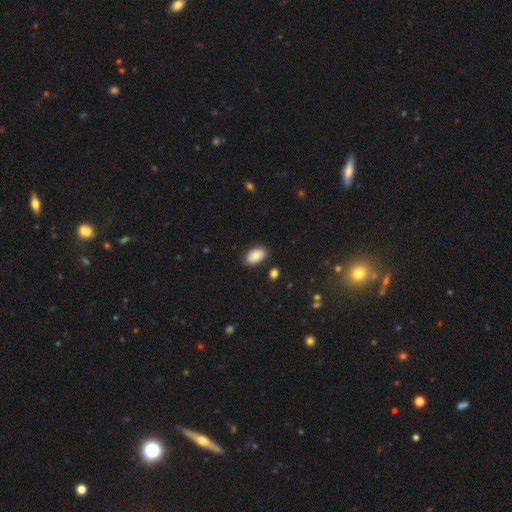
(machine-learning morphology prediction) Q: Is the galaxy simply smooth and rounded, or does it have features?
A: smooth — 84%.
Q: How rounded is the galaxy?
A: in between — 94%.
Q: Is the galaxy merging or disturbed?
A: none — 85%.